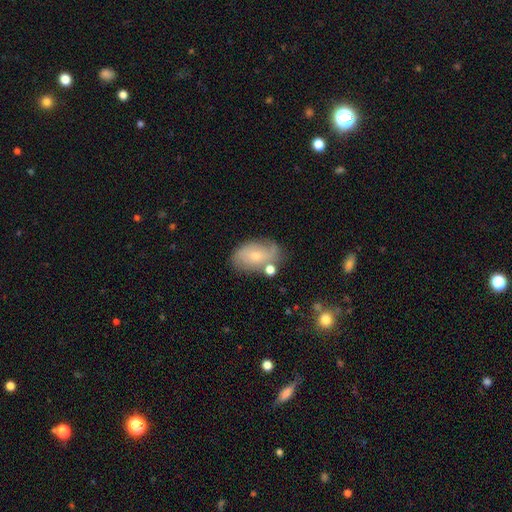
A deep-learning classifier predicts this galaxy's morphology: Q: Smooth or featured?
A: featured or disk (48%); runner-up: smooth (43%)
Q: Merging?
A: none (61%); runner-up: minor disturbance (22%)